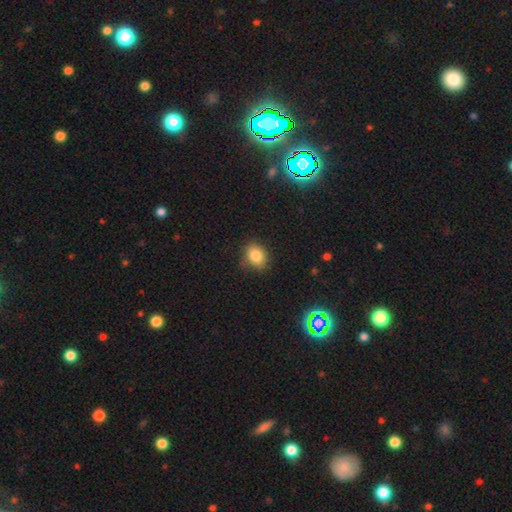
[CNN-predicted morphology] smooth_or_featured: smooth (p=0.83) [alt: star or artifact p=0.11]
how_rounded: in between (p=0.53) [alt: round p=0.46]
merging: none (p=0.78) [alt: minor disturbance p=0.17]